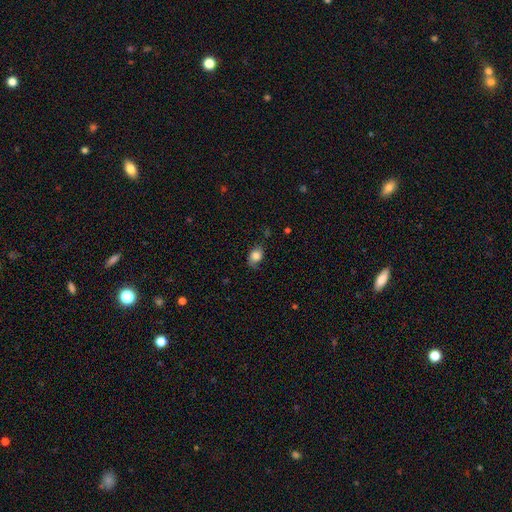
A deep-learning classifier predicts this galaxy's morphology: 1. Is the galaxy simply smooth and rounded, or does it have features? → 78% smooth, 12% featured or disk, 9% star or artifact.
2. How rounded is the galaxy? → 70% in between, 28% round, 1% cigar-shaped.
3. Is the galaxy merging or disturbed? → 60% none, 29% minor disturbance, 10% major disturbance, 2% merger.